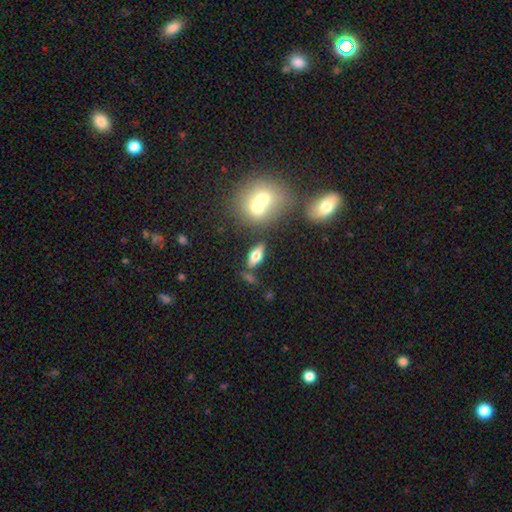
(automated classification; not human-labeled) This is possibly a smooth galaxy (58%). How rounded: likely in between (77%). Merging: likely none (73%).